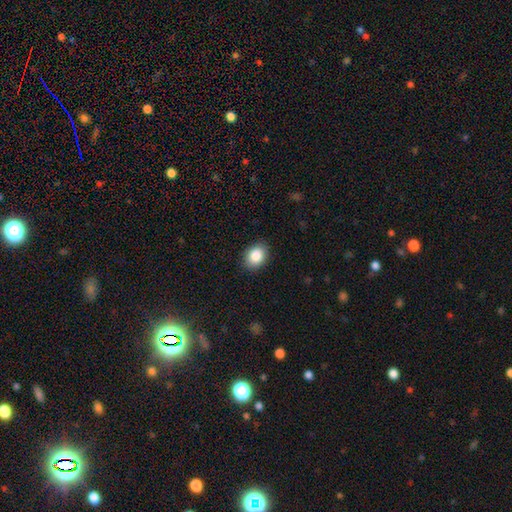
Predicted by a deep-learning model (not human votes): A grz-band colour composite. It shows a smooth galaxy with no disk features (86%) that is in between round and cigar-shaped (65%). Merging: none (88%).